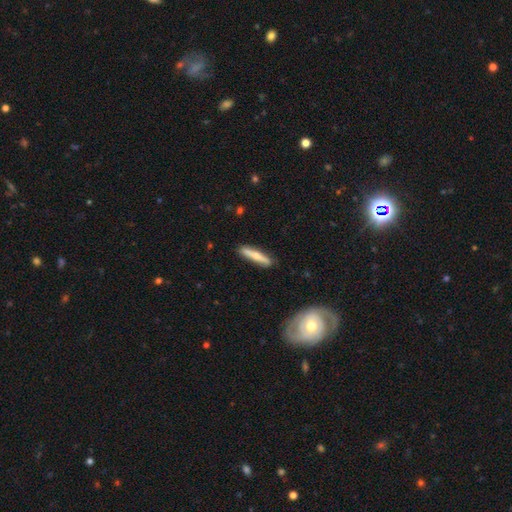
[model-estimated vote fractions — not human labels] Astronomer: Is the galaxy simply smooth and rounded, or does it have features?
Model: smooth — 63%.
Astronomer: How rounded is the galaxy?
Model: cigar-shaped — 90%.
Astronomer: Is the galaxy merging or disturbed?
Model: none — 86%.